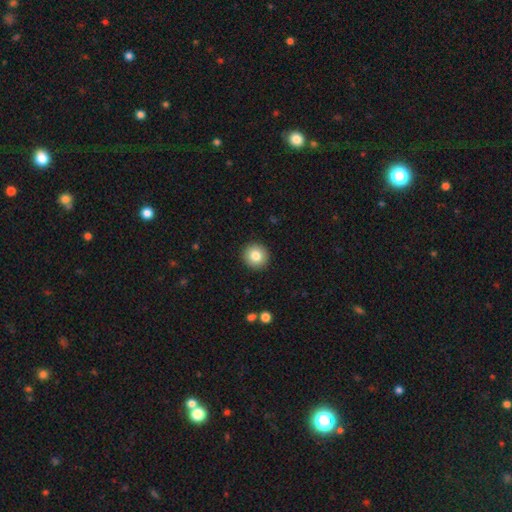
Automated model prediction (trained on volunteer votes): smooth_or_featured: smooth (p=0.83) [alt: star or artifact p=0.09]
how_rounded: round (p=0.94) [alt: in between p=0.05]
merging: none (p=0.93) [alt: minor disturbance p=0.05]